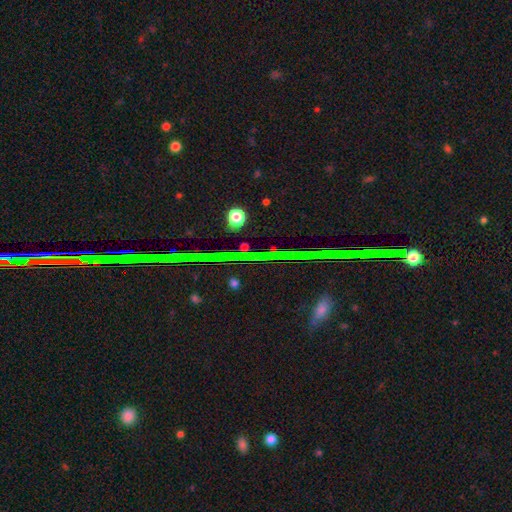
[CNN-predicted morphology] Overall: star or artifact (83%).